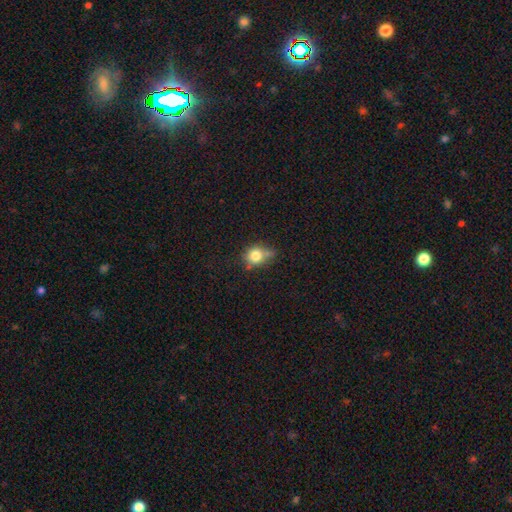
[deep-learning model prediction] This is likely a smooth galaxy (80%). How rounded: likely round (73%). Merging: possibly none (57%).